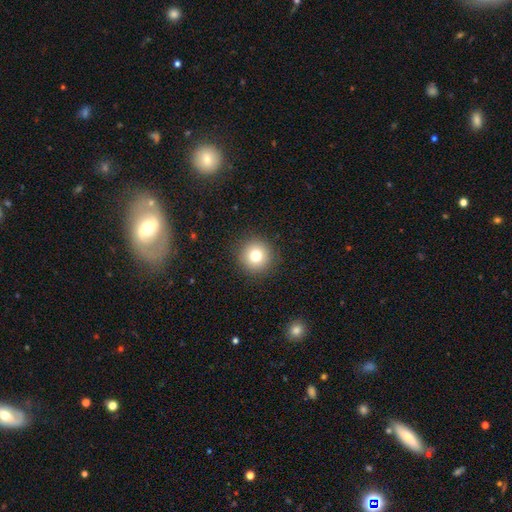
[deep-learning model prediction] Smooth or featured? smooth (78%)
How rounded? round (95%)
Merging? none (91%)